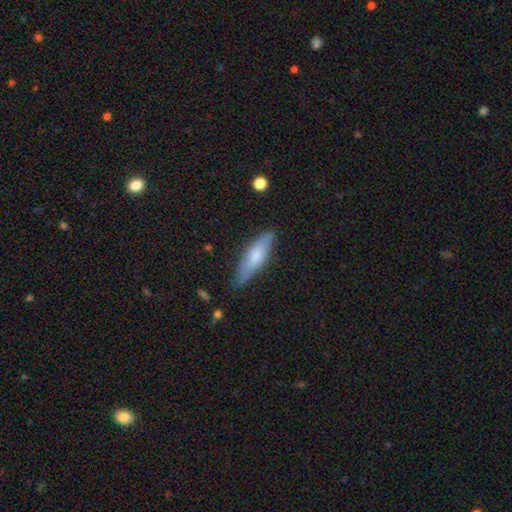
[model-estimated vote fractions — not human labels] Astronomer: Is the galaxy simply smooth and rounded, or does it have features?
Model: smooth — 59% (runner-up: featured or disk, 35%).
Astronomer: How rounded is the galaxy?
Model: cigar-shaped — 65%.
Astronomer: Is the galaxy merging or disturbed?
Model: none — 80%.